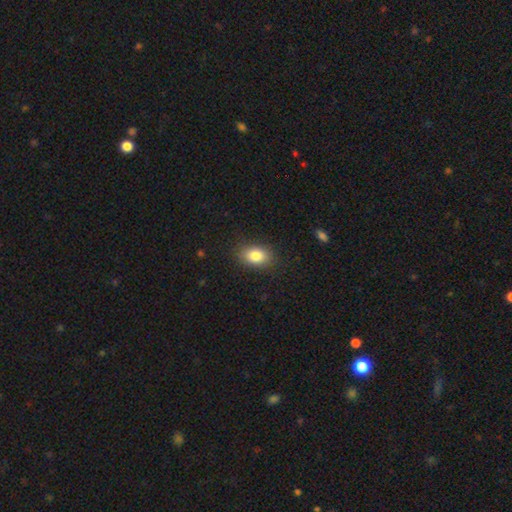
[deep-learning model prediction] Morphology: type=smooth (84%); roundness=in between (83%); merging=none (86%).